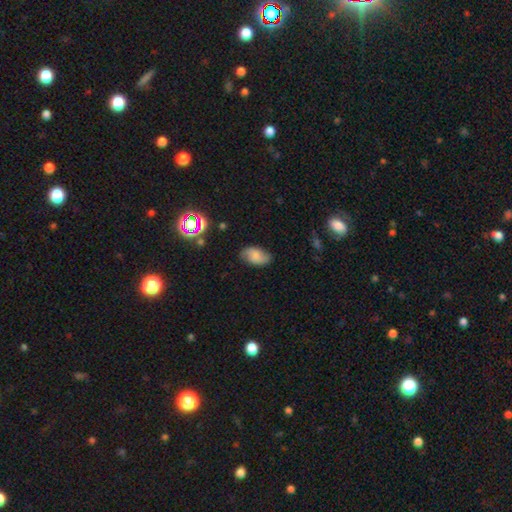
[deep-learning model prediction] A smooth galaxy with no disk features (57%) that is in between round and cigar-shaped (91%). Merging: none (75%).